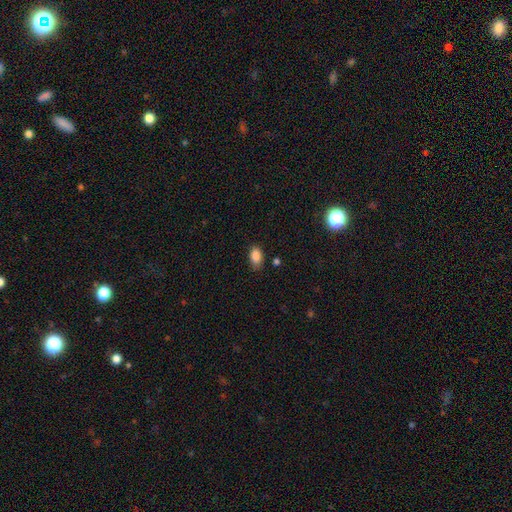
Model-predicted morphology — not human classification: Overall: smooth (87%). How rounded: in between (86%). Merging: none (76%).